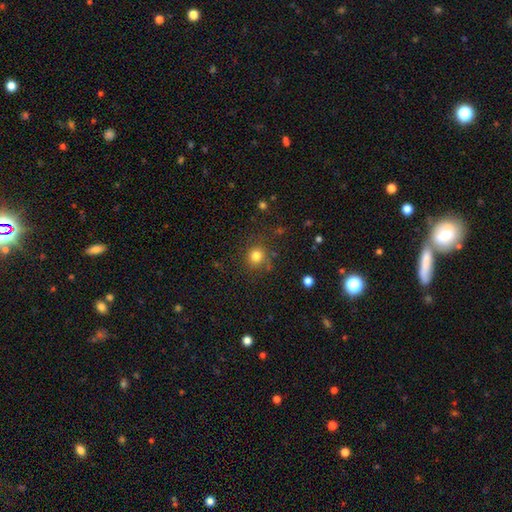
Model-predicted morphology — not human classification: Smooth or featured? smooth (80%)
How rounded? round (89%)
Merging? none (81%)